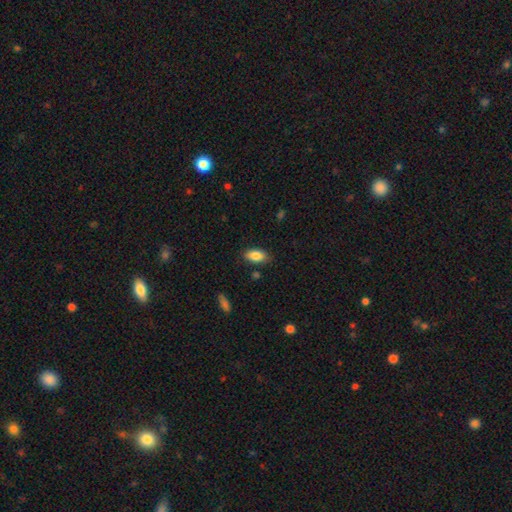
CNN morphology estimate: Smooth or featured: smooth — 85% (featured or disk — 8%)
How rounded: in between — 91% (cigar-shaped — 5%)
Merging: none — 83% (minor disturbance — 13%)